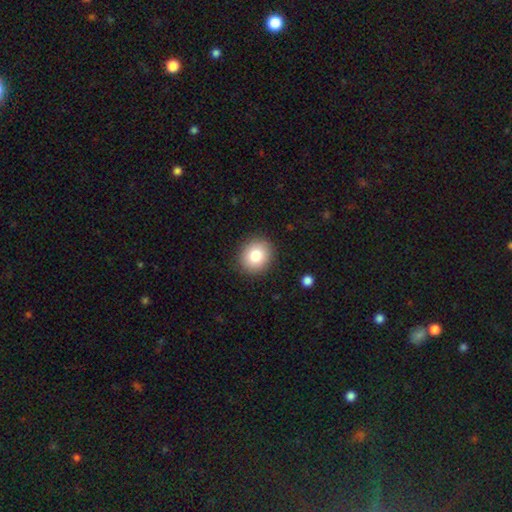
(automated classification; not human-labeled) smooth 80%, featured or disk 10%, star or artifact 9%. Down the decision tree: how rounded — round (77%); merging — none (89%).